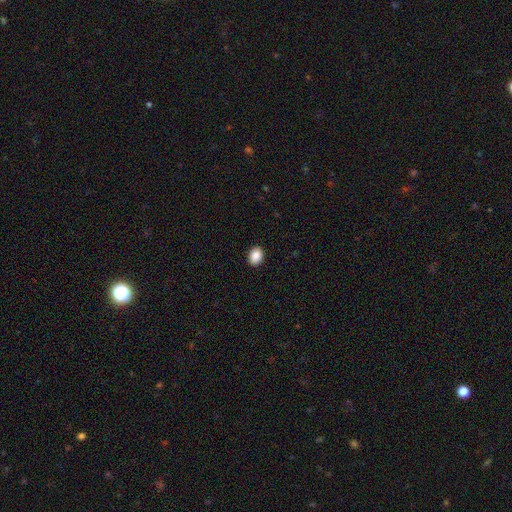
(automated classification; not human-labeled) Overall: smooth (89%). How rounded: in between (63%; round 36%). Merging: none (91%).